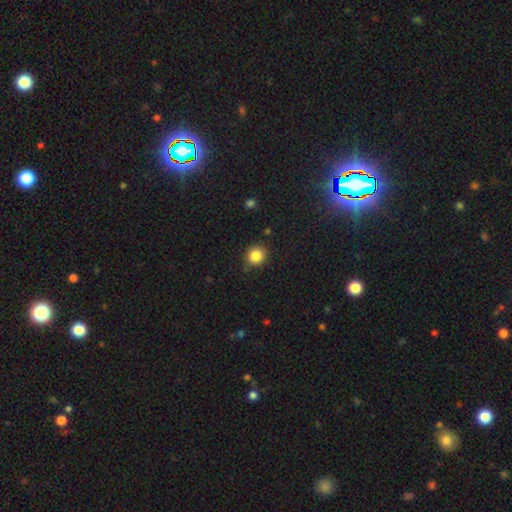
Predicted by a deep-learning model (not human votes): smooth-or-featured: smooth: 85% | star or artifact: 10% | featured or disk: 5%
  how-rounded: round: 84% | in between: 16% | cigar-shaped: 1%
  merging: none: 81% | minor disturbance: 14% | major disturbance: 3% | merger: 2%